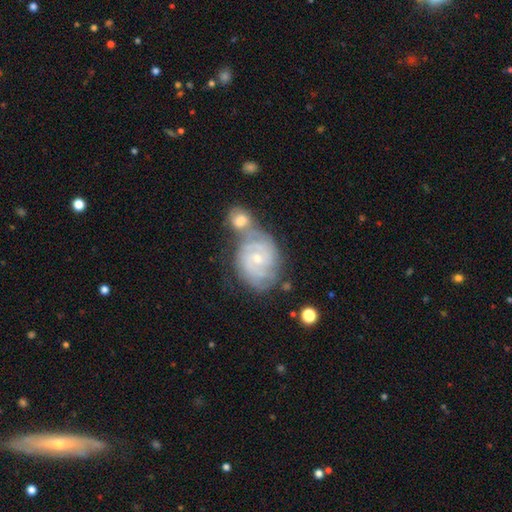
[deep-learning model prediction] This appears to be a featured or disk galaxy (79%) with no bar (63%), 2 (33%) tight (72%) spiral arms (94%) and a small central bulge (64%). Merging: none (49%).